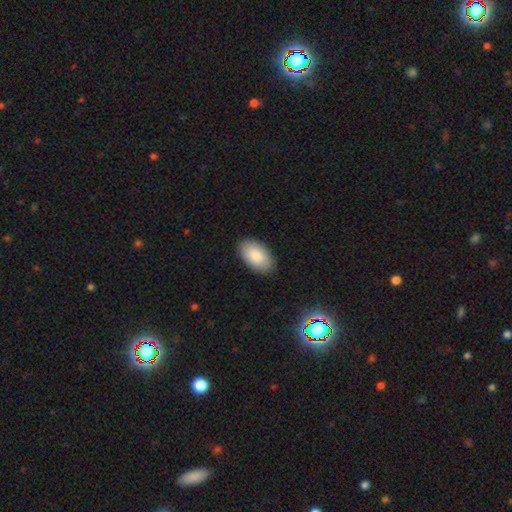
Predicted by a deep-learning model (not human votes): Smooth or featured?
  - smooth: 86% *
  - featured or disk: 8%
  - star or artifact: 6%
How rounded?
  - in between: 95% *
  - round: 3%
  - cigar-shaped: 1%
Merging?
  - none: 88% *
  - minor disturbance: 9%
  - major disturbance: 2%
  - merger: 1%